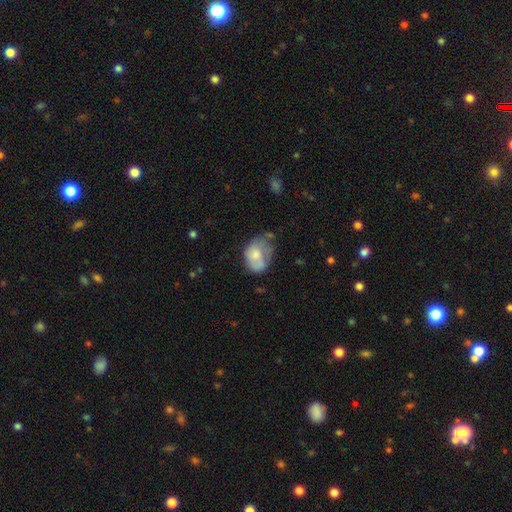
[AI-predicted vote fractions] Morphology: type=smooth (61%); roundness=in between (71%); merging=minor disturbance (36%).